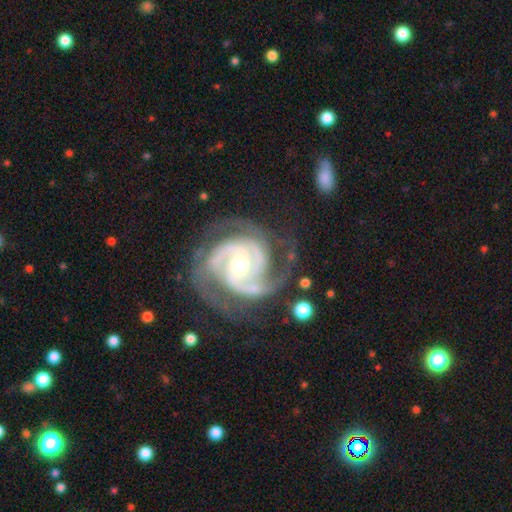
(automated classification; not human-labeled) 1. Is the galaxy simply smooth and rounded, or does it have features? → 93% featured or disk, 4% star or artifact, 3% smooth.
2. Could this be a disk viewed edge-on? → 98% no, 2% yes.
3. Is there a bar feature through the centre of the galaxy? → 60% no, 27% weak, 12% strong.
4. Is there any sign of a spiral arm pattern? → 99% yes, 1% no.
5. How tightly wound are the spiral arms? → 55% tight, 39% medium, 6% loose.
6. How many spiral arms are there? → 43% 3, 34% 2, 8% 4, 7% can't tell, 4% 1, 4% more than 4.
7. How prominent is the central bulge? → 54% moderate, 41% small, 3% large, 1% none, 1% dominant.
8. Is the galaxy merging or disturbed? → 69% none, 18% minor disturbance, 11% major disturbance, 2% merger.